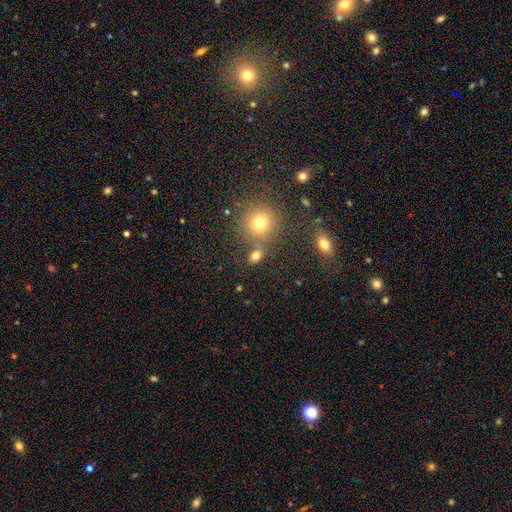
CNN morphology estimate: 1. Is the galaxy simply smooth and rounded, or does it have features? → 74% smooth, 17% star or artifact, 9% featured or disk.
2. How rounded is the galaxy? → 57% in between, 41% round, 2% cigar-shaped.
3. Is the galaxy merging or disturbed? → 68% none, 16% merger, 11% minor disturbance, 6% major disturbance.